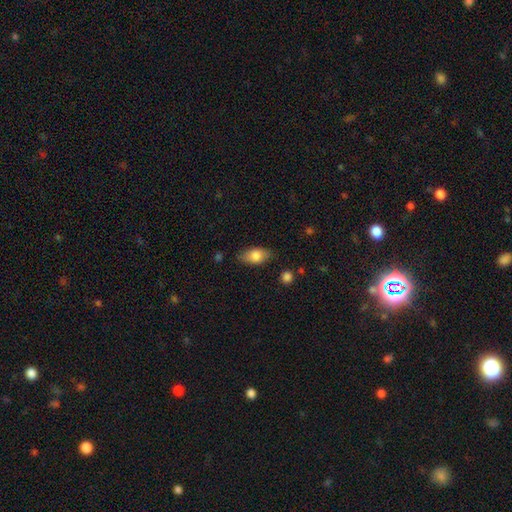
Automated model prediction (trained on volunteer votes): The model was most divided on "smooth or featured": smooth: 78%, featured or disk: 14%, star or artifact: 7%. More confident: how rounded — in between (89%); merging — none (81%).